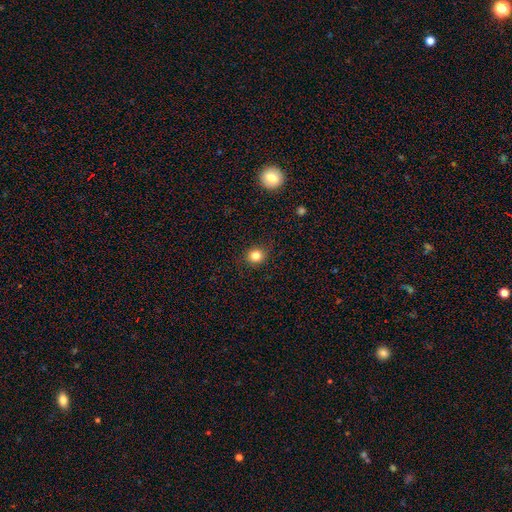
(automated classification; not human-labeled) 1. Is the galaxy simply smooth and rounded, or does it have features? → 83% smooth, 12% star or artifact, 5% featured or disk.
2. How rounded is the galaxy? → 84% round, 15% in between, 1% cigar-shaped.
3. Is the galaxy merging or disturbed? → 88% none, 8% minor disturbance, 3% major disturbance, 1% merger.